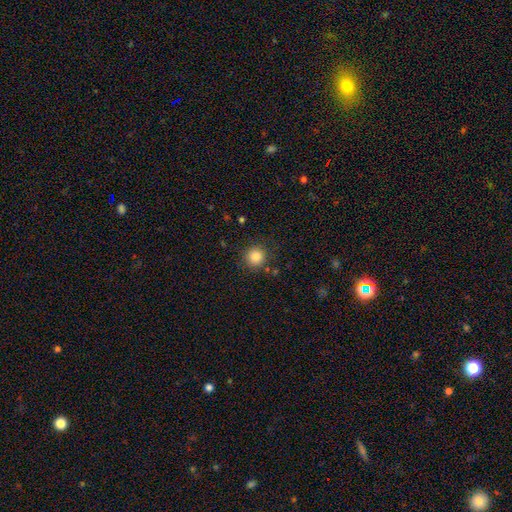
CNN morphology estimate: Smooth or featured?
  - smooth: 85% *
  - star or artifact: 11%
  - featured or disk: 4%
How rounded?
  - round: 92% *
  - in between: 7%
  - cigar-shaped: 1%
Merging?
  - none: 86% *
  - minor disturbance: 9%
  - major disturbance: 3%
  - merger: 2%